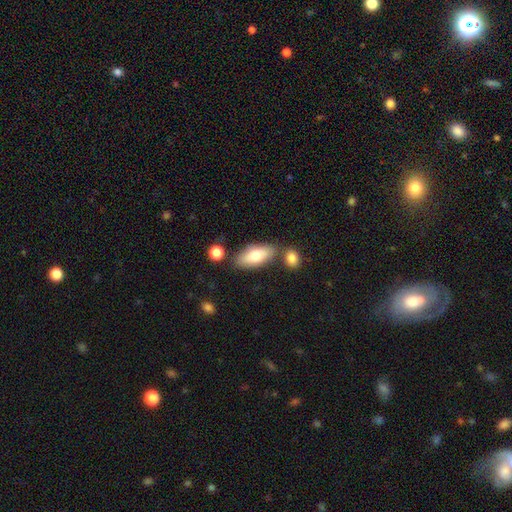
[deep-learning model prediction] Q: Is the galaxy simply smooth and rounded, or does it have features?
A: smooth — 74%.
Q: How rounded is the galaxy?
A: in between — 83%.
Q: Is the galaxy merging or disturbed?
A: none — 71%.